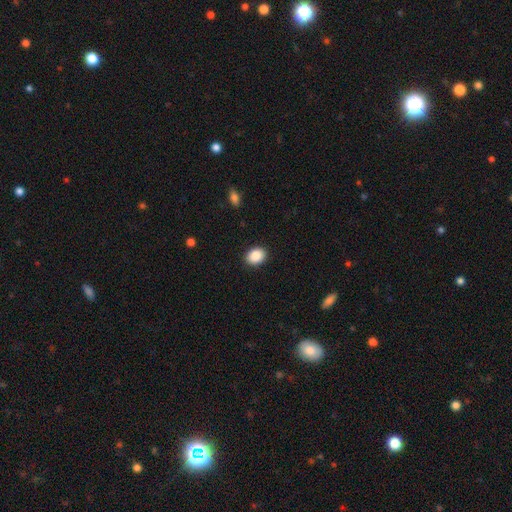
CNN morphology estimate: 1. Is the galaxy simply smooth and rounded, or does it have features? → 89% smooth, 8% star or artifact, 4% featured or disk.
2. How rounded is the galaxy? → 63% in between, 36% round, 1% cigar-shaped.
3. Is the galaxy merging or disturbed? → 90% none, 7% minor disturbance, 2% major disturbance, 1% merger.